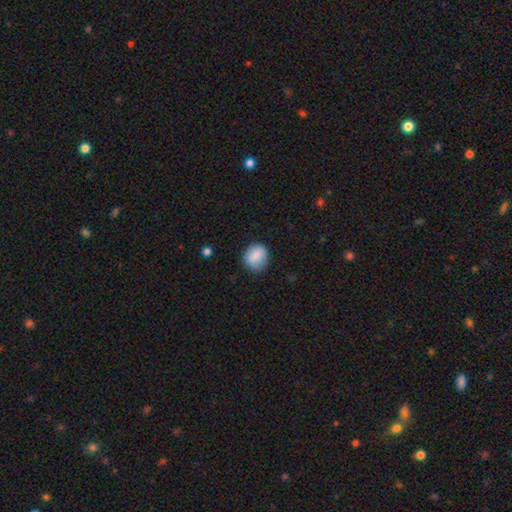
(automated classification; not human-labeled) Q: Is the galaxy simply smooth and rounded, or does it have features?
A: smooth — 85%.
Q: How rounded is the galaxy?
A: round — 73%.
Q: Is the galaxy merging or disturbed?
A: none — 81%.